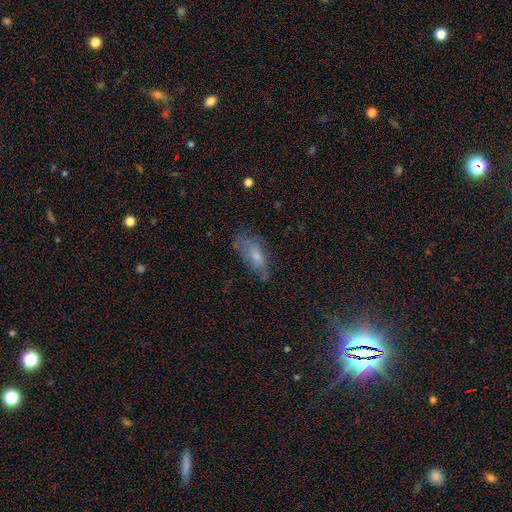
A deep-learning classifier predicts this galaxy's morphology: Smooth or featured? smooth (55%)
How rounded? in between (78%)
Merging? none (51%)